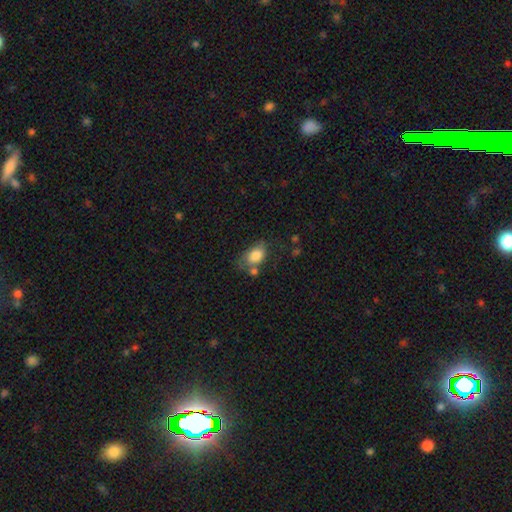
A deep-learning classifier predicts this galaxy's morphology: The model was most divided on "merging": none: 49%, minor disturbance: 25%, merger: 17%, major disturbance: 10%. More confident: how rounded — in between (85%); smooth or featured — smooth (81%).